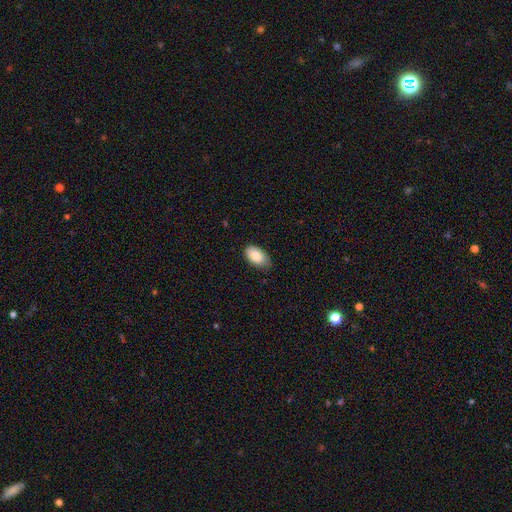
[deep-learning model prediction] Q: Smooth or featured?
A: smooth (86%); runner-up: featured or disk (7%)
Q: How rounded?
A: in between (94%); runner-up: round (5%)
Q: Merging?
A: none (69%); runner-up: minor disturbance (26%)